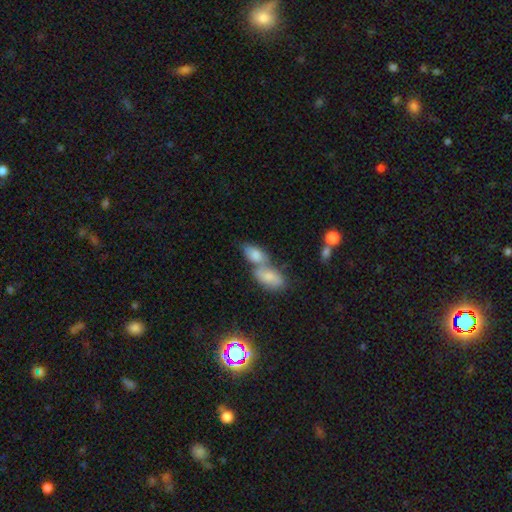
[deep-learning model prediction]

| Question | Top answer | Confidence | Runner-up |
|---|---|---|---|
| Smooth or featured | smooth | 73% | featured or disk (16%) |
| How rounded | in between | 85% | round (8%) |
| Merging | merger | 61% | none (28%) |